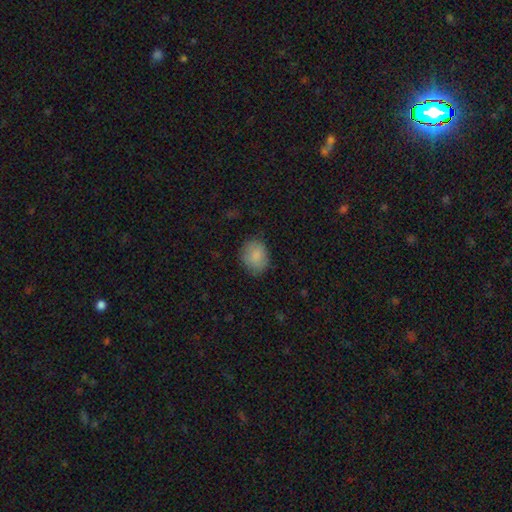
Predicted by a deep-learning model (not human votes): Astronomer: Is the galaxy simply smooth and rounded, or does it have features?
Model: smooth — 85%.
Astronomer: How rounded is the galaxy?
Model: round — 57% (runner-up: in between, 42%).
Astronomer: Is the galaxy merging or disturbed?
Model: none — 78%.